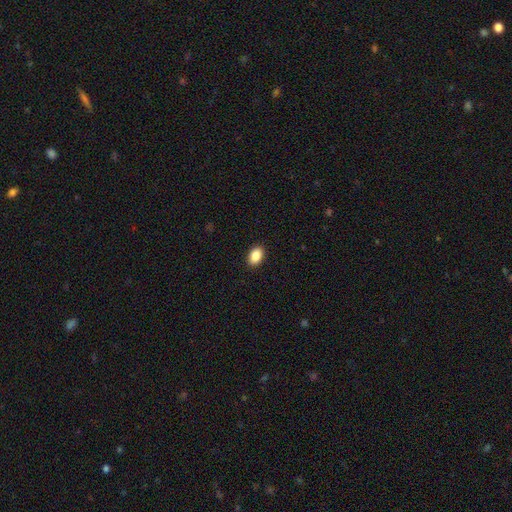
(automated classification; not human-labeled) The model was most divided on "how rounded": in between: 88%, round: 10%, cigar-shaped: 1%. More confident: merging — none (91%); smooth or featured — smooth (88%).